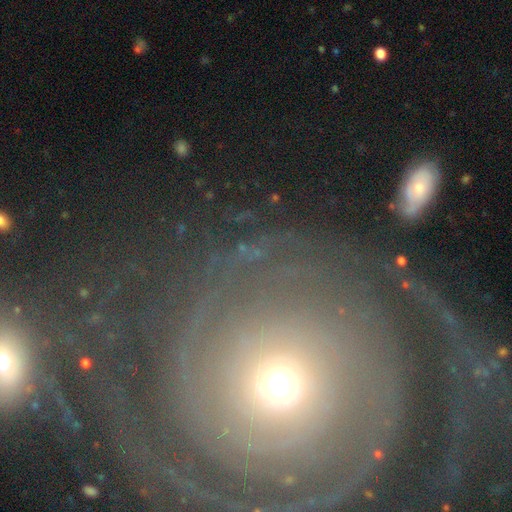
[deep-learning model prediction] The model was most divided on "bulge size": small: 52%, moderate: 40%, large: 5%, dominant: 2%, none: 1%. Remaining: edge-on disk — no (97%); spiral arms — yes (93%); smooth or featured — featured or disk (80%); bar — no (80%); spiral winding — tight (73%); merging — none (65%); spiral arm count — 2 (37%).